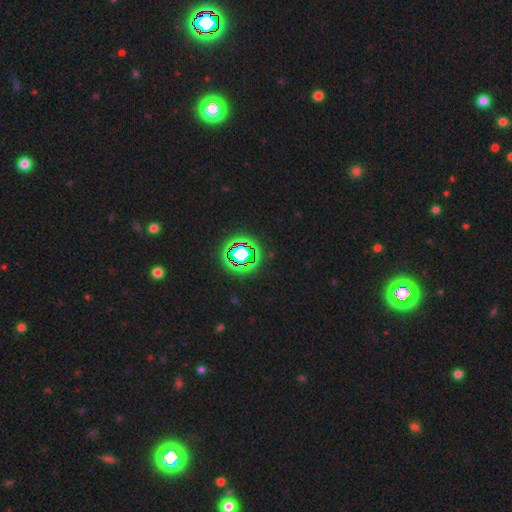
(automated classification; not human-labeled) smooth_or_featured: star or artifact (p=0.70) [alt: smooth p=0.20]